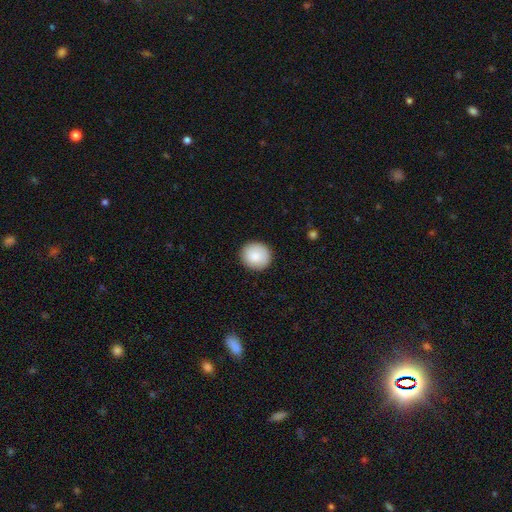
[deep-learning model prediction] This is clearly a smooth galaxy (87%). How rounded: clearly round (90%). Merging: clearly none (91%).